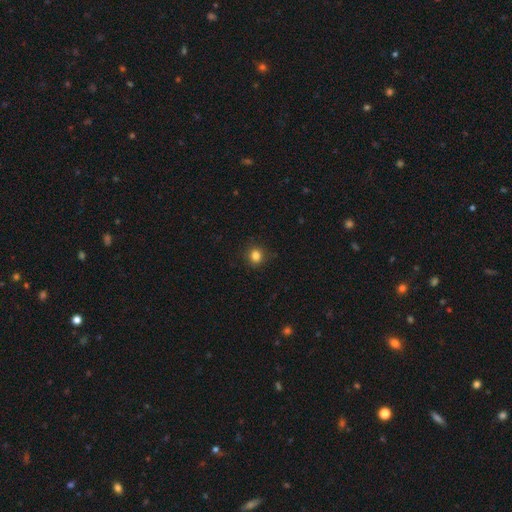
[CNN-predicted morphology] The model was most divided on "how rounded": round: 83%, in between: 16%, cigar-shaped: 1%. More confident: merging — none (87%); smooth or featured — smooth (84%).